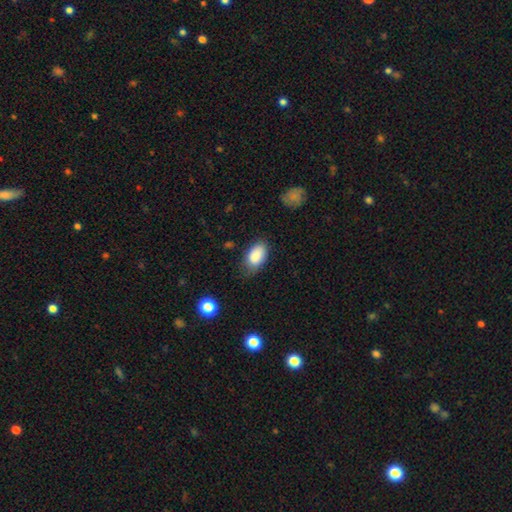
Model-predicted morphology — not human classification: This is clearly a smooth galaxy (87%). How rounded: clearly in between (92%). Merging: likely none (67%).